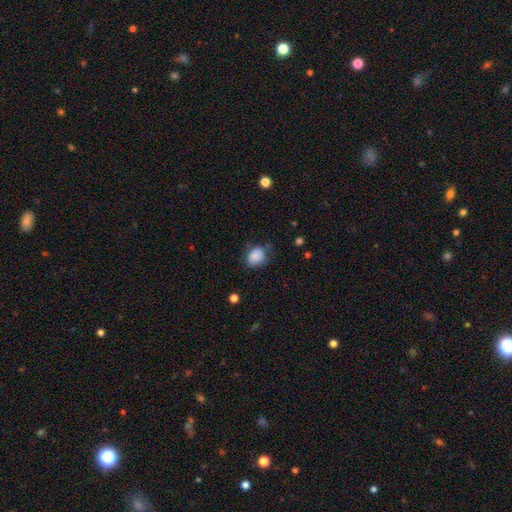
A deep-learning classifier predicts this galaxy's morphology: smooth-or-featured: smooth: 86% | star or artifact: 8% | featured or disk: 6%
  how-rounded: in between: 50% (tied) | round: 50% (tied) | cigar-shaped: 1%
  merging: none: 64% | minor disturbance: 26% | major disturbance: 8% | merger: 2%